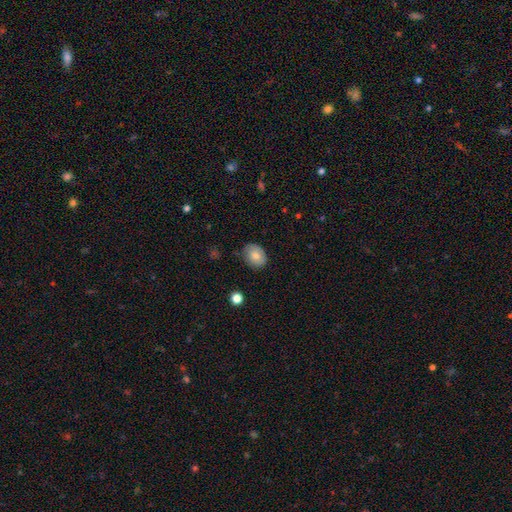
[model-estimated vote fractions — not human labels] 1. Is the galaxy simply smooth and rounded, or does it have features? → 76% smooth, 16% featured or disk, 8% star or artifact.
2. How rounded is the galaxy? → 53% in between, 47% round, 1% cigar-shaped.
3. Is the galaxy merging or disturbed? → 78% none, 17% minor disturbance, 3% major disturbance, 1% merger.